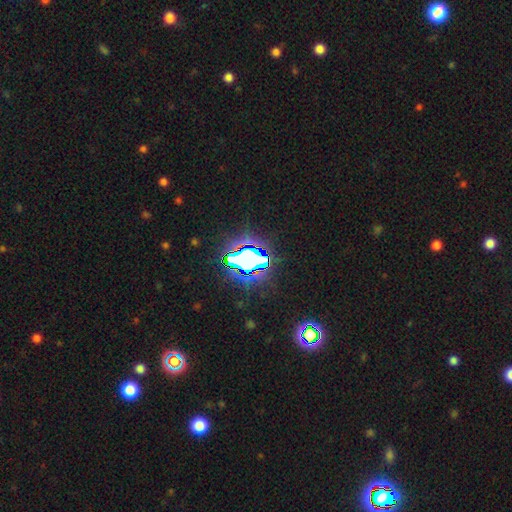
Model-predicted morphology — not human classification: type=star or artifact (79%).